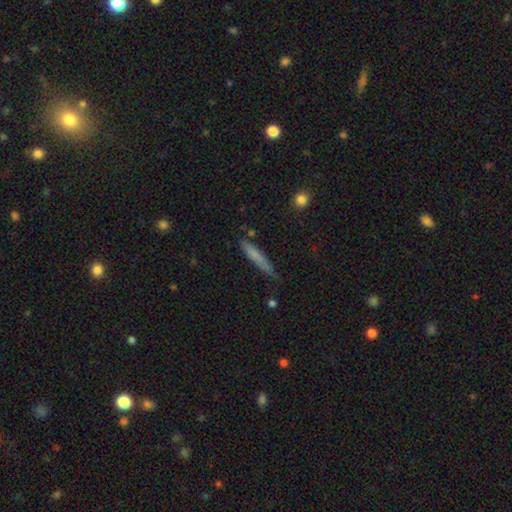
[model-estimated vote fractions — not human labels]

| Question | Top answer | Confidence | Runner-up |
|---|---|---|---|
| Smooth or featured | smooth | 70% | featured or disk (23%) |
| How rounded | cigar-shaped | 93% | in between (6%) |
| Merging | none | 70% | minor disturbance (23%) |